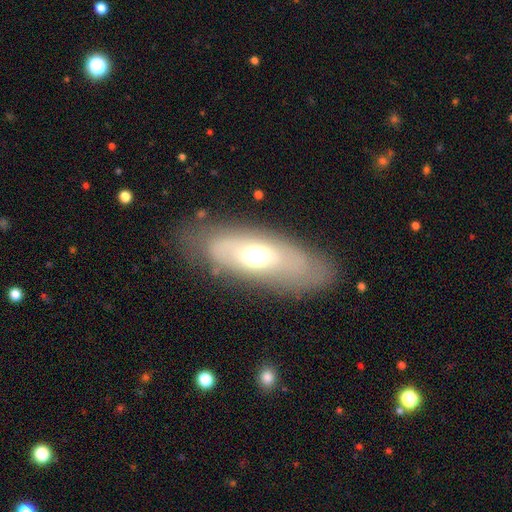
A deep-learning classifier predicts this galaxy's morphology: smooth-or-featured: smooth: 48% | featured or disk: 43% | star or artifact: 9%
  merging: none: 77% | minor disturbance: 14% | major disturbance: 7% | merger: 2%